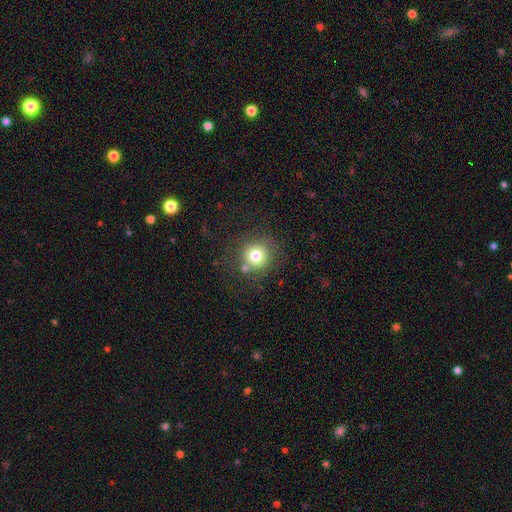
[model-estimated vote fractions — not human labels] Smooth or featured: smooth — 75% (star or artifact — 13%)
How rounded: round — 93% (in between — 6%)
Merging: none — 74% (minor disturbance — 12%)